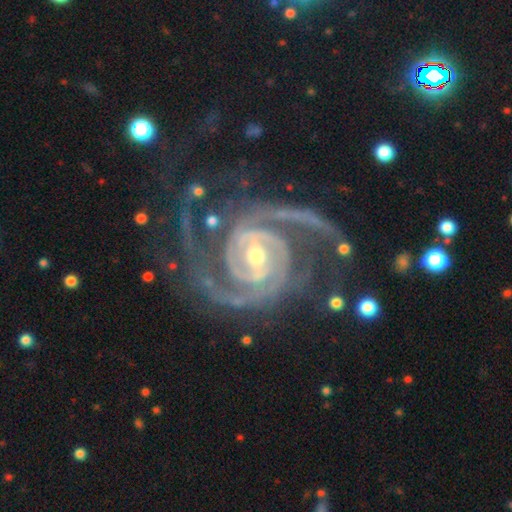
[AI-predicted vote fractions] Smooth or featured? Predicted: featured or disk (p=0.93). Edge-on disk? Predicted: no (p=0.98). Bar? Predicted: weak (p=0.37). Spiral arms? Predicted: yes (p=0.99). Spiral winding? Predicted: tight (p=0.58). Spiral arm count? Predicted: 2 (p=0.68). Bulge size? Predicted: moderate (p=0.54). Merging? Predicted: none (p=0.65).